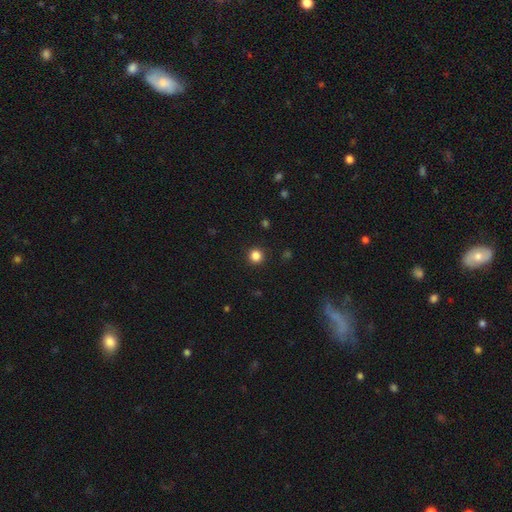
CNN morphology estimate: Overall: smooth (85%). How rounded: round (95%). Merging: none (92%).